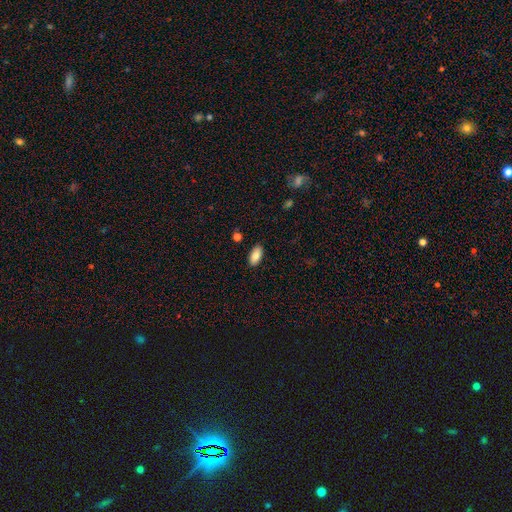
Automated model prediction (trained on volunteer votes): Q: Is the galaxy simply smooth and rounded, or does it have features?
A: smooth — 85%.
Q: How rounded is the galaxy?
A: in between — 91%.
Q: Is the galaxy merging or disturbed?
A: none — 88%.